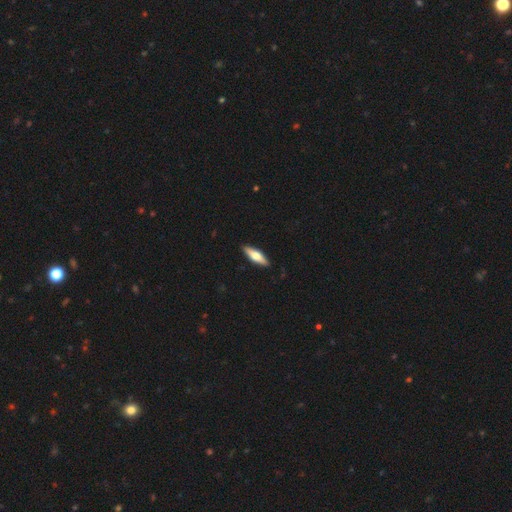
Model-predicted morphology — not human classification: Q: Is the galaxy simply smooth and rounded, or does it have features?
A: smooth — 56%.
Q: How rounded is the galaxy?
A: cigar-shaped — 55%.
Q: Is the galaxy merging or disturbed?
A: none — 90%.